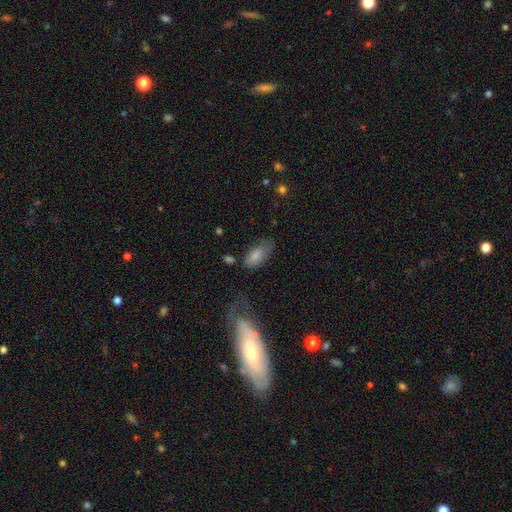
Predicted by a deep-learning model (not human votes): This is likely a smooth galaxy (80%). How rounded: clearly in between (91%). Merging: possibly none (51%).